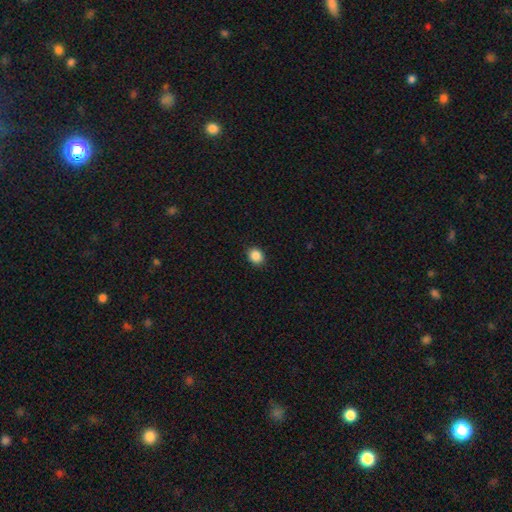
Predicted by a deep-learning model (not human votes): A smooth galaxy with no disk features (87%) that is round (67%). Merging: none (90%).